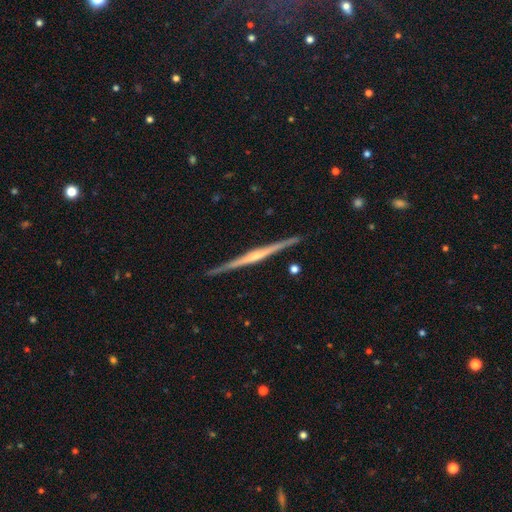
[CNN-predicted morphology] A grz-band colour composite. It shows a featured or disk galaxy (83%) viewed edge-on (98%) with a rounded central bulge (64%). Merging: none (91%).